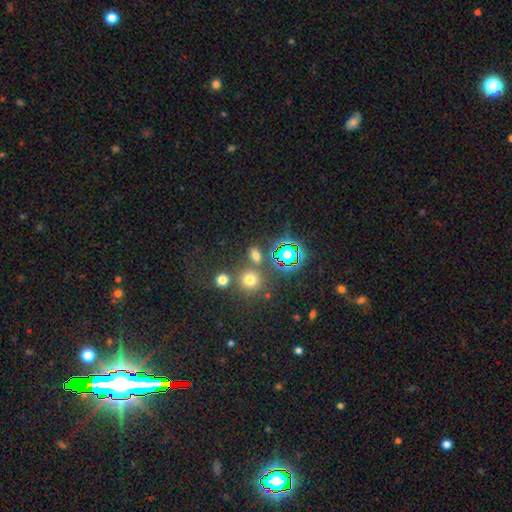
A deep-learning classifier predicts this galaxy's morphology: This appears to be a smooth galaxy with no disk features (59%) that is round (53%). Merging: none (73%).